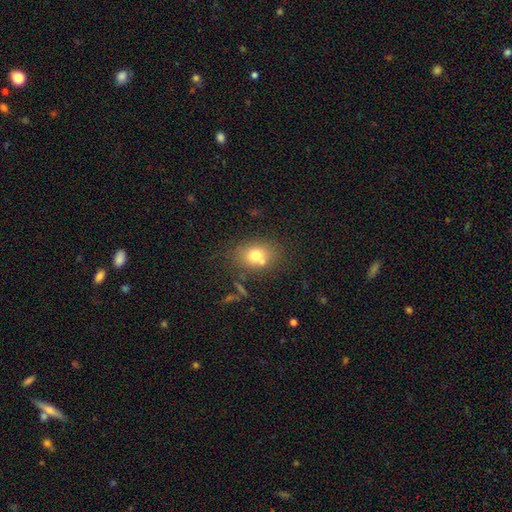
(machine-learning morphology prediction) This is likely a smooth galaxy (71%). How rounded: possibly in between (54%). Merging: likely none (62%).